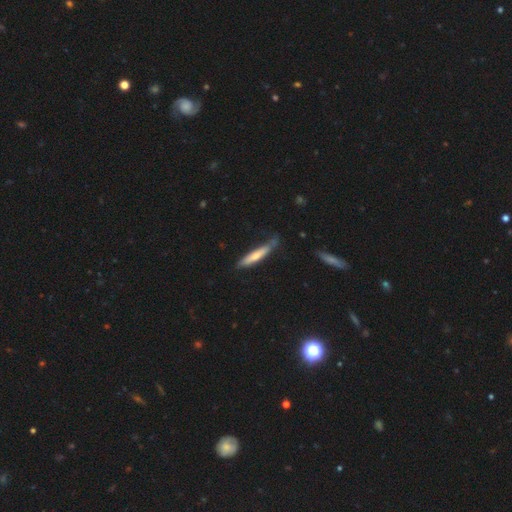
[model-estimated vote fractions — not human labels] Smooth or featured? Predicted: smooth (p=0.63). How rounded? Predicted: cigar-shaped (p=0.90). Merging? Predicted: none (p=0.67).